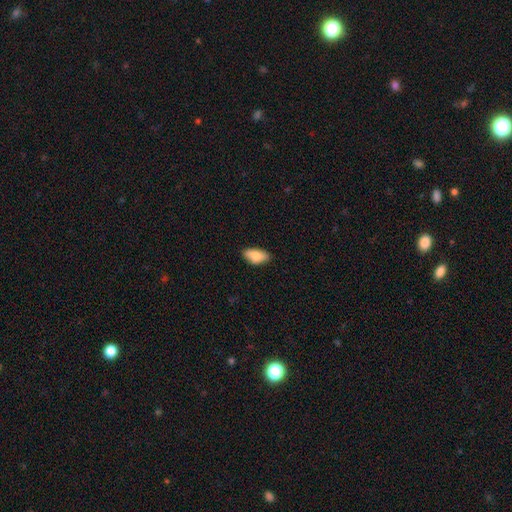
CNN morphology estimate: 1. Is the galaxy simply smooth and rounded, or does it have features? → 85% smooth, 9% featured or disk, 7% star or artifact.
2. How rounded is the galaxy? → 90% in between, 6% cigar-shaped, 3% round.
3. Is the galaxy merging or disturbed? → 79% none, 17% minor disturbance, 3% major disturbance, 1% merger.